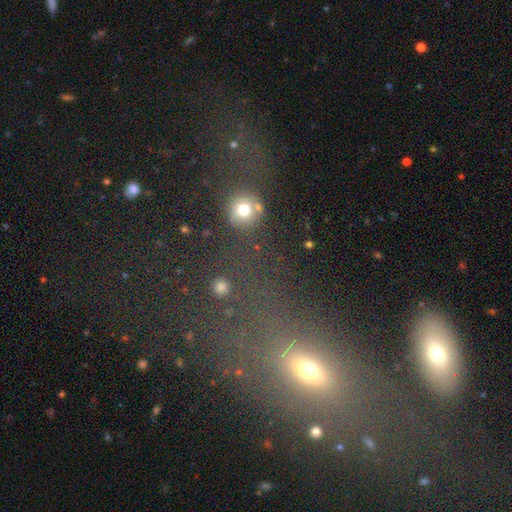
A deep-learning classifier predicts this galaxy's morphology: Smooth or featured? smooth (61%)
How rounded? round (64%)
Merging? none (57%)